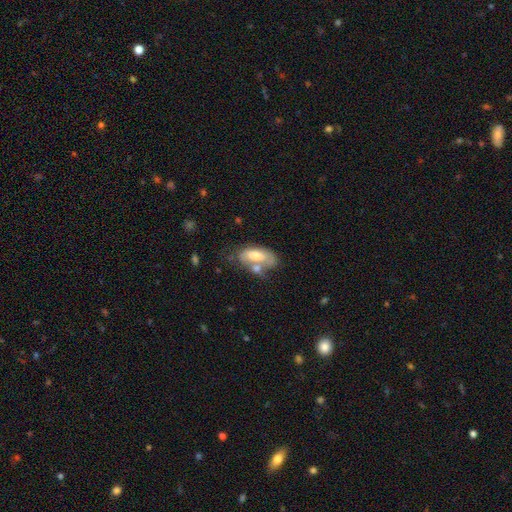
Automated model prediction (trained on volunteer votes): The model was most divided on "merging": none: 36%, merger: 32%, minor disturbance: 20%, major disturbance: 12%. More confident: how rounded — in between (85%); smooth or featured — smooth (57%).